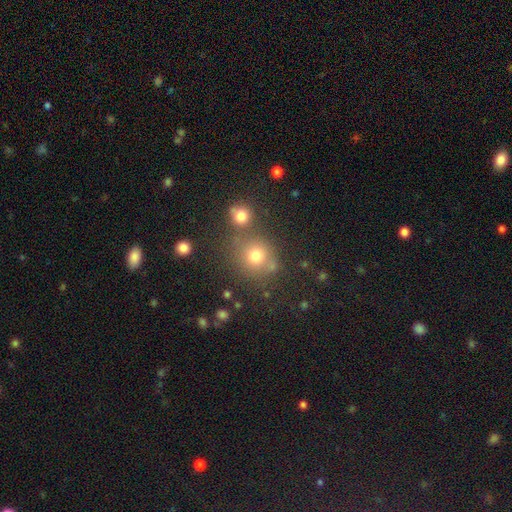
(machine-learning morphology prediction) smooth_or_featured: smooth (p=0.72) [alt: star or artifact p=0.19]
how_rounded: round (p=0.87) [alt: in between p=0.12]
merging: none (p=0.66) [alt: merger p=0.19]